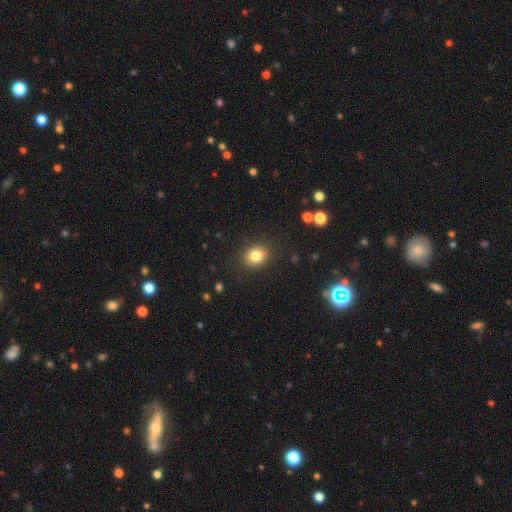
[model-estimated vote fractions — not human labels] Smooth or featured? smooth (82%)
How rounded? round (61%)
Merging? none (86%)